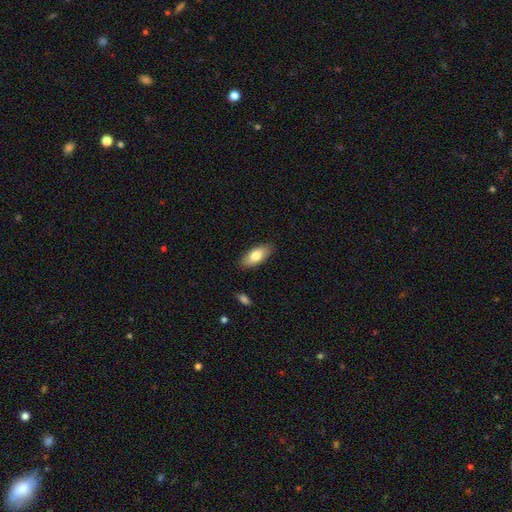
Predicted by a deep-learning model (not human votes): This is likely a smooth galaxy (78%). How rounded: clearly in between (88%). Merging: clearly none (87%).